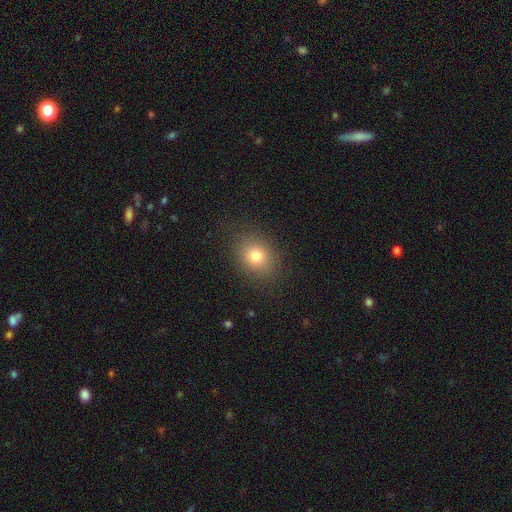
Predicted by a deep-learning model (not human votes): This is likely a smooth galaxy (77%). How rounded: possibly round (55%). Merging: clearly none (85%).